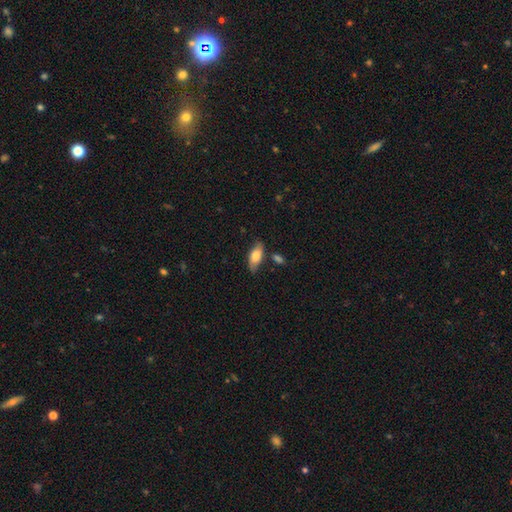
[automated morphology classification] Smooth or featured? Predicted: smooth (p=0.71). How rounded? Predicted: in between (p=0.85). Merging? Predicted: none (p=0.73).